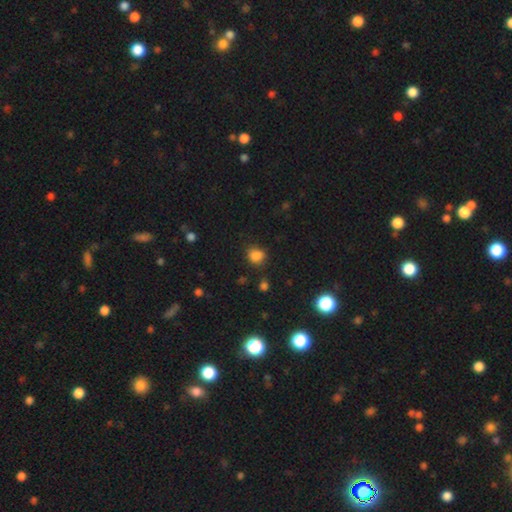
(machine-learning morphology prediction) This appears to be a smooth galaxy with no disk features (82%) that is round (66%). Merging: none (73%).